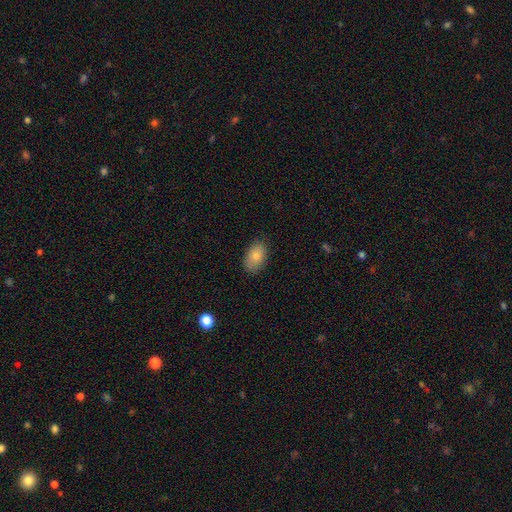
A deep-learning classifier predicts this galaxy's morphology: Smooth or featured? Predicted: smooth (p=0.82). How rounded? Predicted: in between (p=0.91). Merging? Predicted: none (p=0.83).